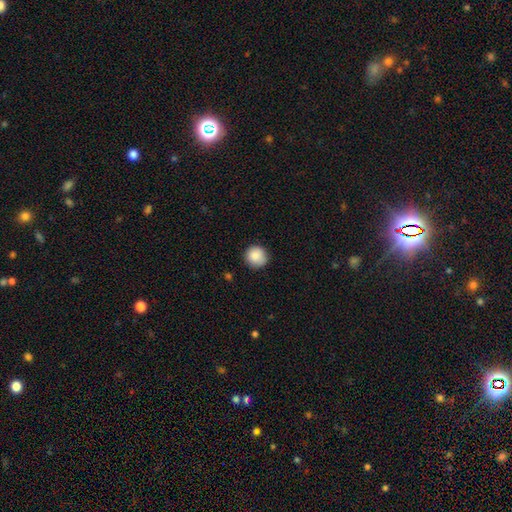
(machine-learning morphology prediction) A smooth galaxy with no disk features (88%) that is round (93%).

Vote fractions:
- Smooth or featured? smooth: 88% / star or artifact: 8% / featured or disk: 4%
- How rounded? round: 93% / in between: 6% / cigar-shaped: 1%
- Merging? none: 86% / minor disturbance: 11% / major disturbance: 2% / merger: 1%